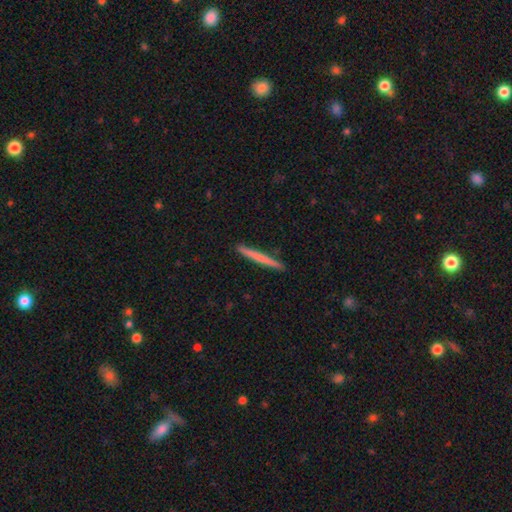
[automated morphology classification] type=smooth (61%); roundness=cigar-shaped (97%); merging=none (92%).